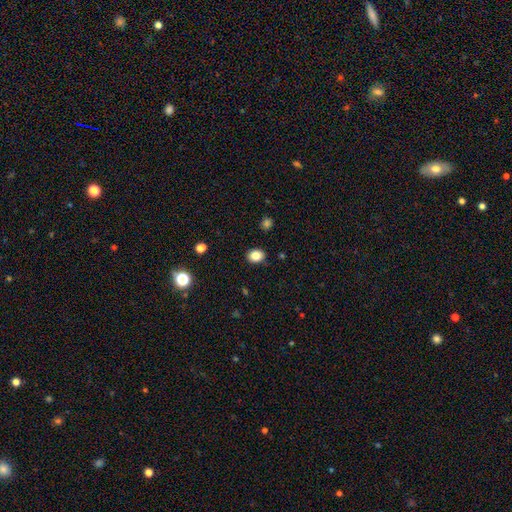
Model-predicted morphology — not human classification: Smooth or featured: smooth — 84% (star or artifact — 10%)
How rounded: in between — 54% (round — 45%)
Merging: none — 88% (minor disturbance — 8%)